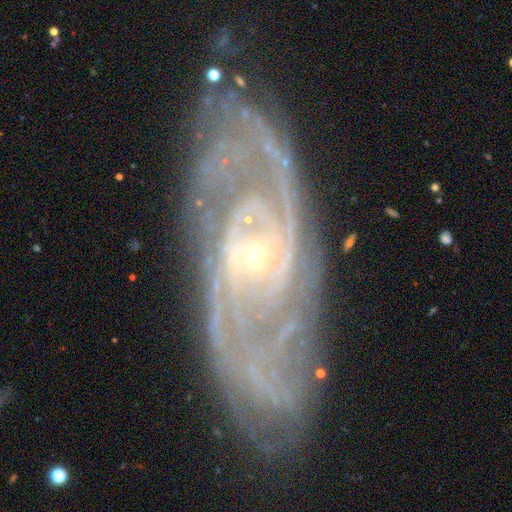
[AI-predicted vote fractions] featured or disk 89%, star or artifact 7%, smooth 4%. Down the decision tree: edge-on disk — no (92%); bar — no (54%); spiral arms — yes (98%); spiral arm count — 2 (42%); spiral winding — tight (59%); bulge size — small (77%); merging — none (82%).